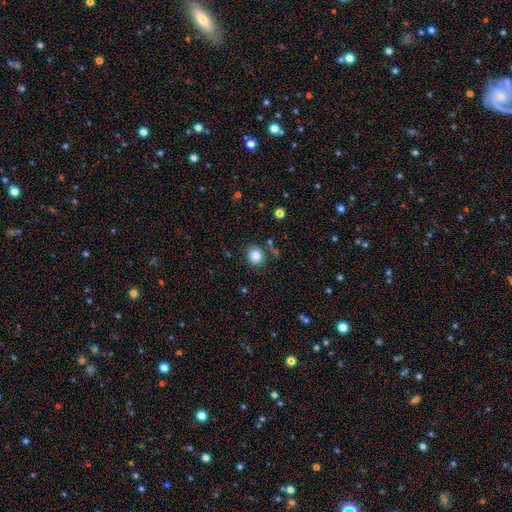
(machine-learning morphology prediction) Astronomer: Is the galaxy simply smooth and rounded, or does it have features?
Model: smooth — 84%.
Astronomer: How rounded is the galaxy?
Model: round — 76%.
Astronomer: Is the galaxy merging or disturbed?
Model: none — 80%.